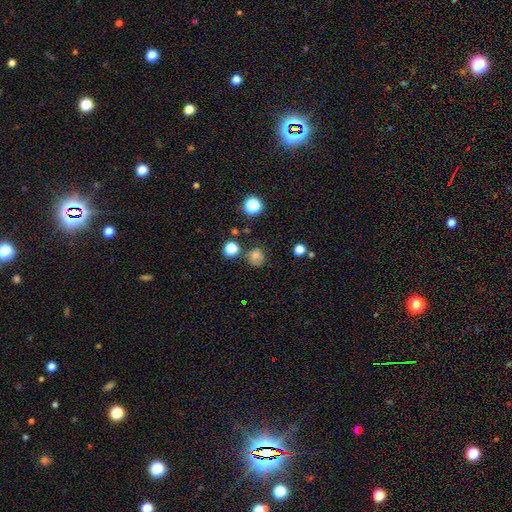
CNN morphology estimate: type=smooth (70%); roundness=round (84%); merging=none (70%).